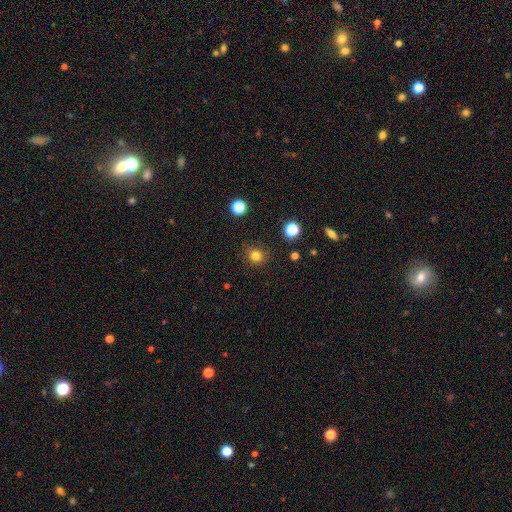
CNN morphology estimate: This appears to be a smooth galaxy with no disk features (80%) that is round (85%). Merging: none (85%).